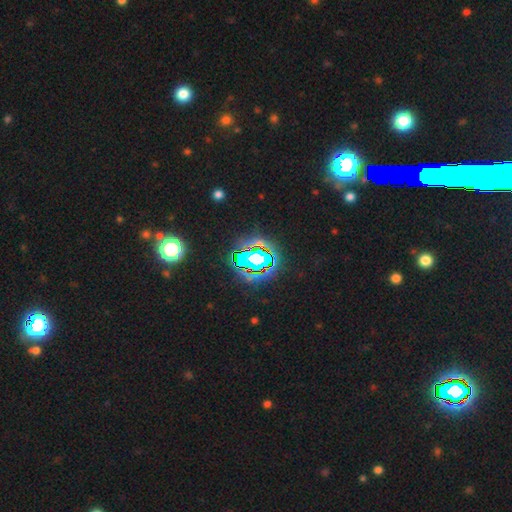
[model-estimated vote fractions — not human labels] Smooth or featured? star or artifact (81%)